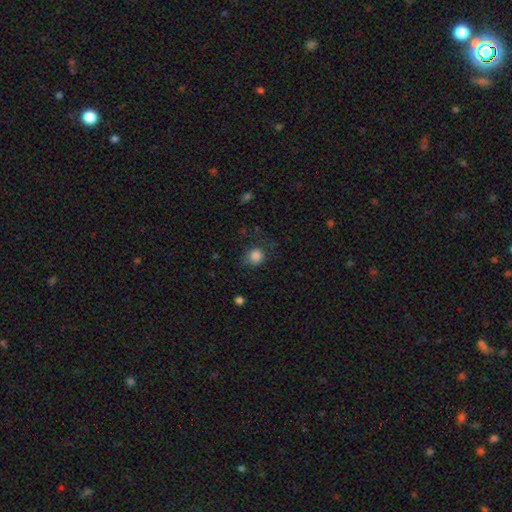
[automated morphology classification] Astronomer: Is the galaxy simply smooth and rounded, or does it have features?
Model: smooth — 85%.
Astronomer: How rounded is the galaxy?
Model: round — 85%.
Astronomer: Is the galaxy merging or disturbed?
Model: none — 65%.